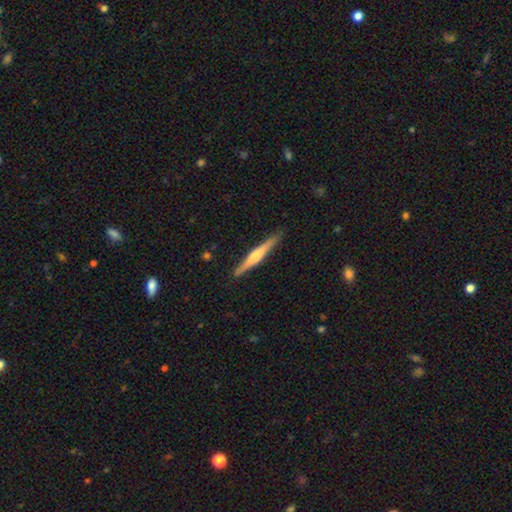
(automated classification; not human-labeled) Morphology: type=featured or disk (63%); edge-on=yes (98%); edge-on bulge=rounded (63%); merging=none (89%).